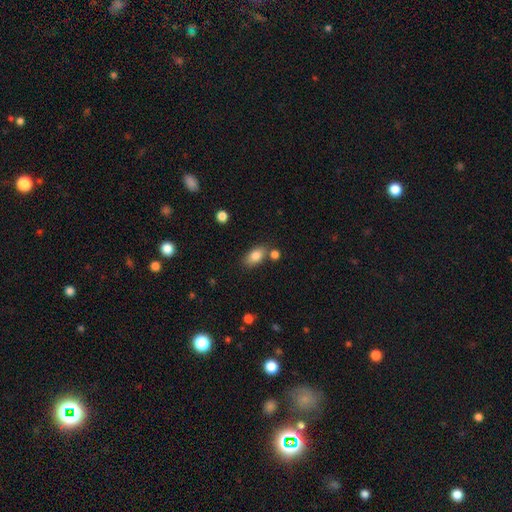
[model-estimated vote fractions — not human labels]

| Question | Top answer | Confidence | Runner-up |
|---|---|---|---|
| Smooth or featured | smooth | 83% | featured or disk (9%) |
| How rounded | in between | 89% | round (7%) |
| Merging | none | 71% | merger (13%) |